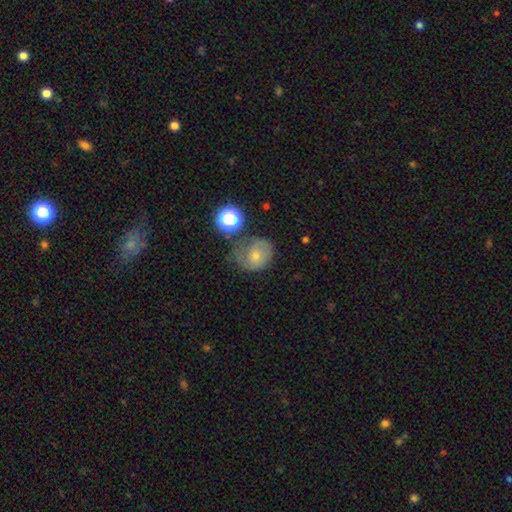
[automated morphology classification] Smooth or featured: smooth — 51% (featured or disk — 34%)
How rounded: round — 66% (in between — 33%)
Merging: none — 45% (minor disturbance — 29%)